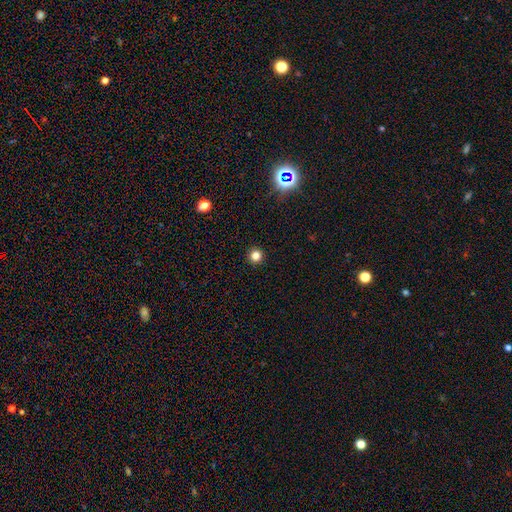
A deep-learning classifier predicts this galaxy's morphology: Overall: smooth (81%). How rounded: round (96%). Merging: none (94%).